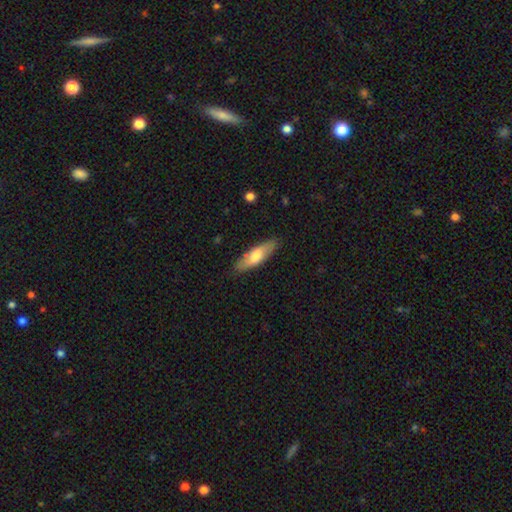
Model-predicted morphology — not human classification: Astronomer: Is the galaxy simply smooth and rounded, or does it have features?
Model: smooth — 66%.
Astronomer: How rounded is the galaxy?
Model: cigar-shaped — 55% (runner-up: in between, 43%).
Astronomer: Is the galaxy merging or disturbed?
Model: none — 86%.